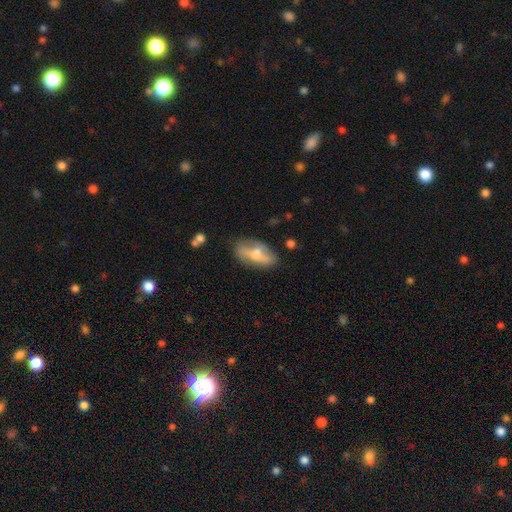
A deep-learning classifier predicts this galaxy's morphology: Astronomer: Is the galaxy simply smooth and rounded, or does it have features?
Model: featured or disk — 46%, tied with smooth at 46%.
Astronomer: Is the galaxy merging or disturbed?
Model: none — 63%.